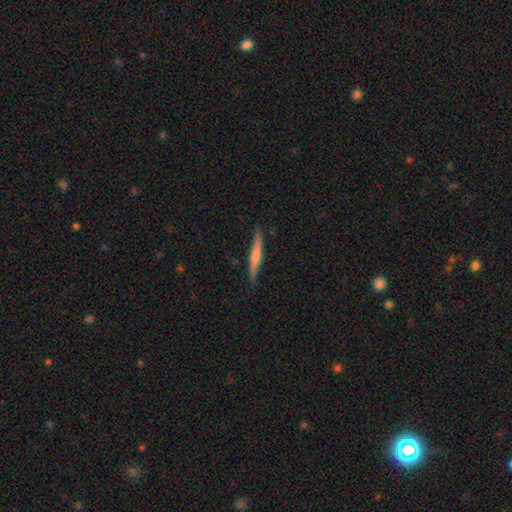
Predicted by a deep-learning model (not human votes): Q: Smooth or featured?
A: featured or disk (62%); runner-up: smooth (32%)
Q: Edge-on disk?
A: yes (96%); runner-up: no (4%)
Q: Edge-on bulge?
A: rounded (61%); runner-up: none (27%)
Q: Merging?
A: none (86%); runner-up: minor disturbance (11%)